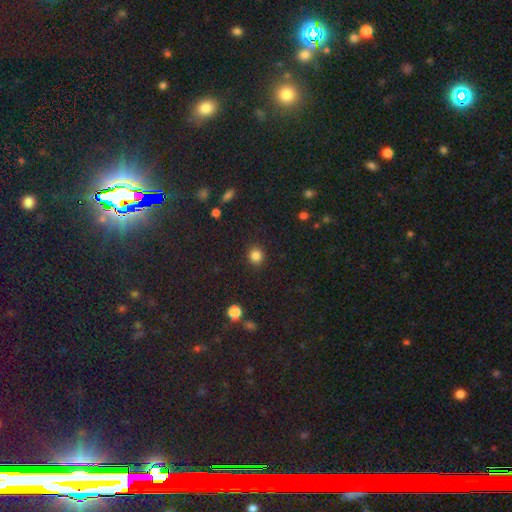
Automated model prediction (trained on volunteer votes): A smooth galaxy with no disk features (84%) that is round (87%).

Vote fractions:
- Smooth or featured? smooth: 84% / star or artifact: 12% / featured or disk: 4%
- How rounded? round: 87% / in between: 12% / cigar-shaped: 1%
- Merging? none: 91% / minor disturbance: 6% / major disturbance: 2% / merger: 1%